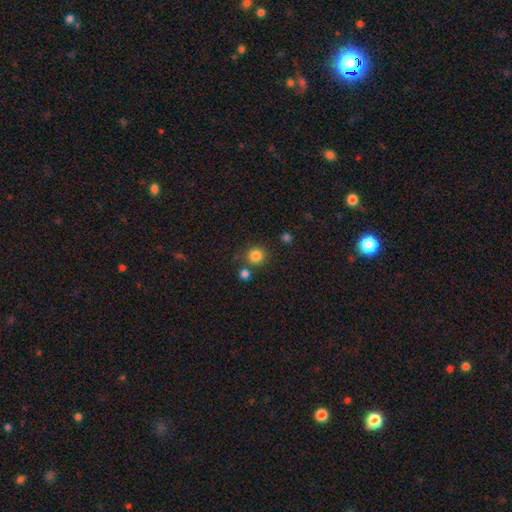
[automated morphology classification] The model was most divided on "merging": none: 77%, merger: 11%, minor disturbance: 9%, major disturbance: 3%. More confident: how rounded — round (91%); smooth or featured — smooth (83%).